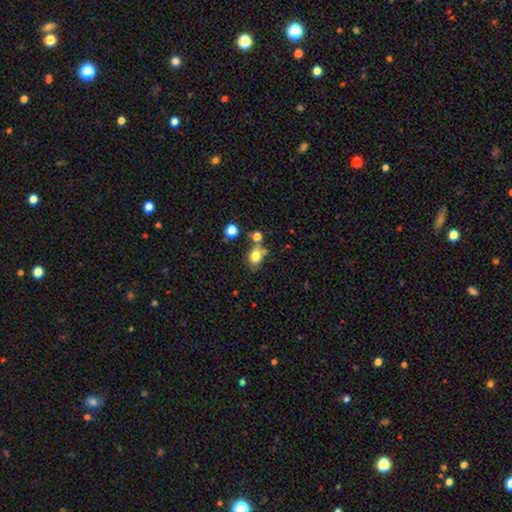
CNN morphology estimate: A smooth galaxy with no disk features (77%) that is in between round and cigar-shaped (68%). Merging: none (56%).